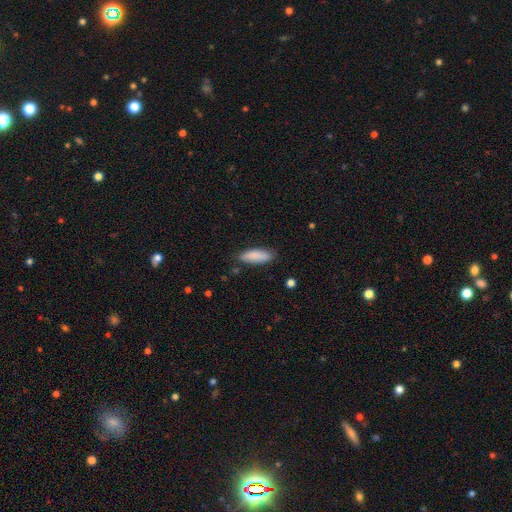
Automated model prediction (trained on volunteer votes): Morphology: type=smooth (87%); roundness=in between (61%); merging=none (81%).